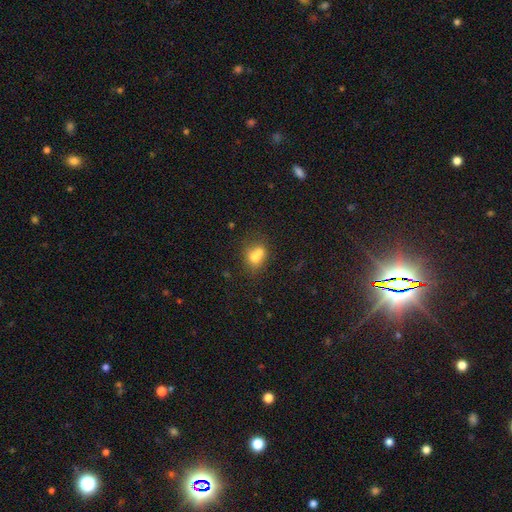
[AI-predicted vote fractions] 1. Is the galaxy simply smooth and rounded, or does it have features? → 68% smooth, 20% featured or disk, 13% star or artifact.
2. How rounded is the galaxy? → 58% round, 41% in between, 1% cigar-shaped.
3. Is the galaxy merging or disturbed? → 57% merger, 29% none, 9% minor disturbance, 4% major disturbance.